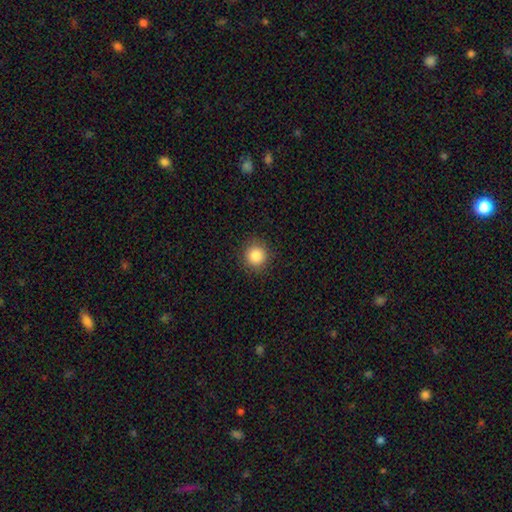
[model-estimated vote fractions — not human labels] The model was most divided on "smooth or featured": smooth: 86%, star or artifact: 10%, featured or disk: 4%. More confident: how rounded — round (93%); merging — none (91%).